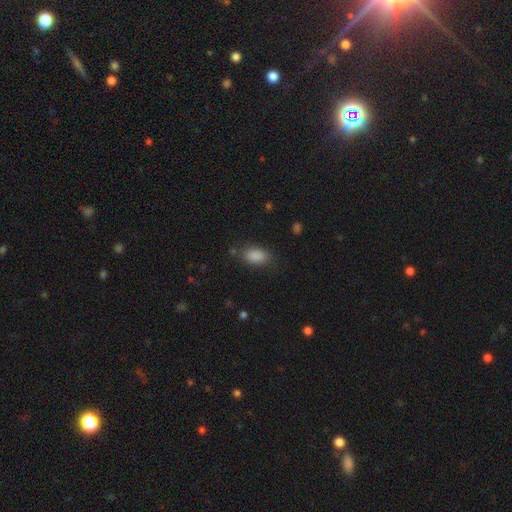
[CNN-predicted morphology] Smooth or featured?
  - smooth: 88% *
  - star or artifact: 8%
  - featured or disk: 4%
How rounded?
  - in between: 91% *
  - round: 6%
  - cigar-shaped: 3%
Merging?
  - none: 80% *
  - minor disturbance: 13%
  - major disturbance: 4%
  - merger: 2%